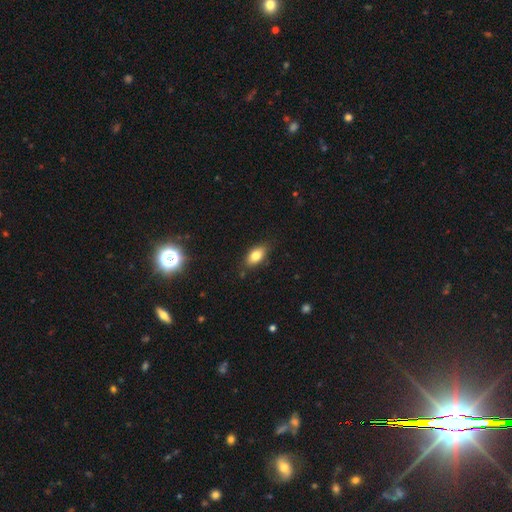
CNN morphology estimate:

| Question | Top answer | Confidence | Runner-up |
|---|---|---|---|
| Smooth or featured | smooth | 80% | featured or disk (12%) |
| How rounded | in between | 88% | round (6%) |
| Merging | none | 82% | minor disturbance (14%) |